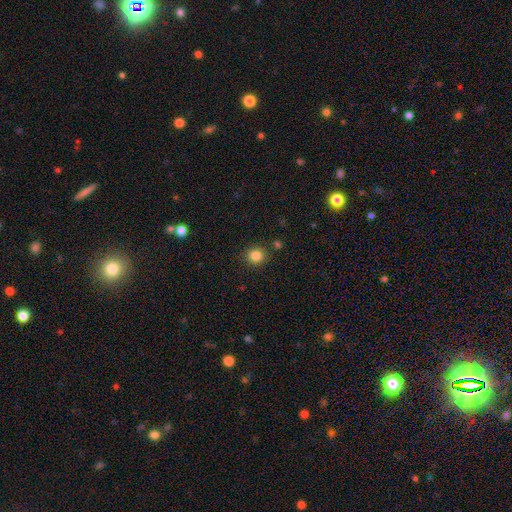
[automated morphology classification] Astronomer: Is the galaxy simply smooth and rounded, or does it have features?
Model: smooth — 84%.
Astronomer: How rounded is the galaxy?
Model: round — 89%.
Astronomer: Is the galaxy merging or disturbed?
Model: none — 87%.